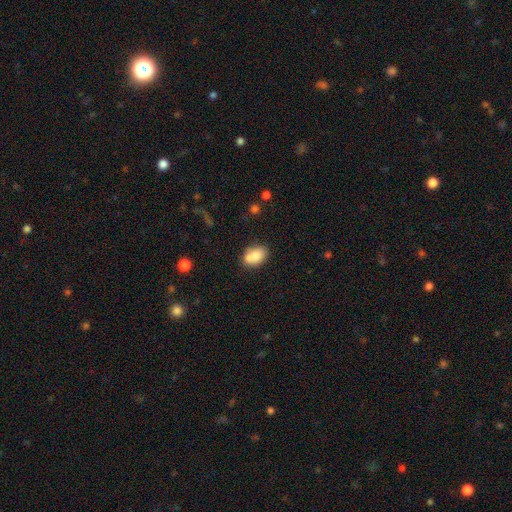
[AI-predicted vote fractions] smooth_or_featured: smooth (p=0.77) [alt: featured or disk p=0.14]
how_rounded: in between (p=0.82) [alt: round p=0.17]
merging: none (p=0.49) [alt: merger p=0.31]